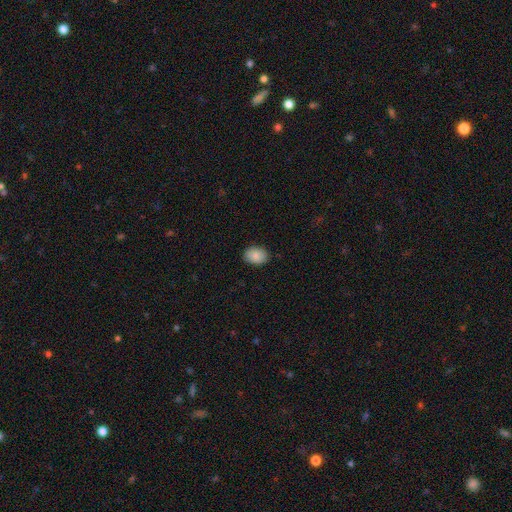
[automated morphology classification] A smooth galaxy with no disk features (87%) that is in between round and cigar-shaped (74%). Merging: none (87%).